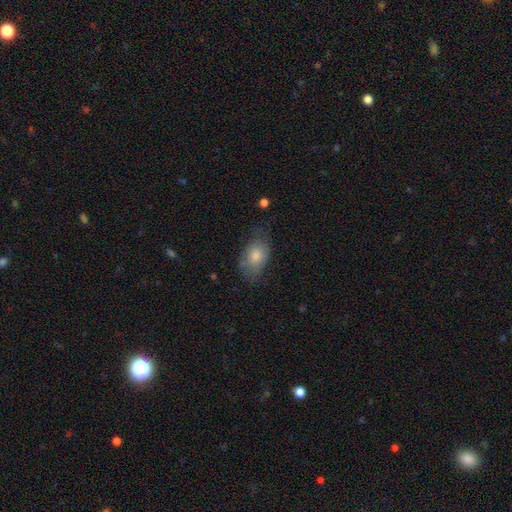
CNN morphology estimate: A smooth galaxy with no disk features (67%) that is in between round and cigar-shaped (86%).

Vote fractions:
- Smooth or featured? smooth: 67% / featured or disk: 24% / star or artifact: 9%
- How rounded? in between: 86% / round: 12% / cigar-shaped: 2%
- Merging? none: 61% / minor disturbance: 27% / major disturbance: 10% / merger: 2%